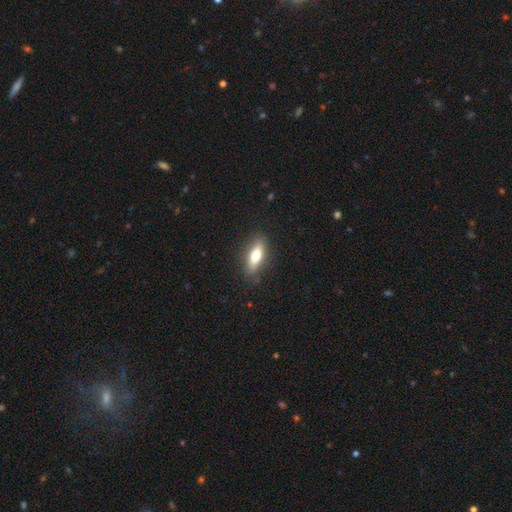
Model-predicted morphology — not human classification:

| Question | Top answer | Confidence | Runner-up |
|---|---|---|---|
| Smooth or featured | smooth | 67% | featured or disk (26%) |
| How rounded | in between | 61% | cigar-shaped (36%) |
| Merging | none | 86% | minor disturbance (10%) |